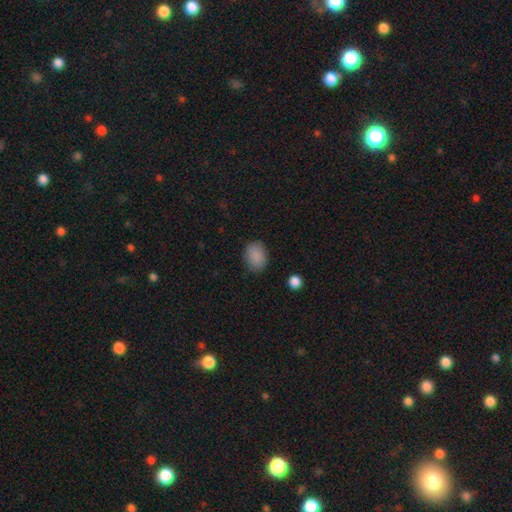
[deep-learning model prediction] smooth-or-featured: smooth: 88% | star or artifact: 8% | featured or disk: 4%
  how-rounded: in between: 68% | round: 31% | cigar-shaped: 1%
  merging: none: 84% | minor disturbance: 12% | major disturbance: 3% | merger: 1%